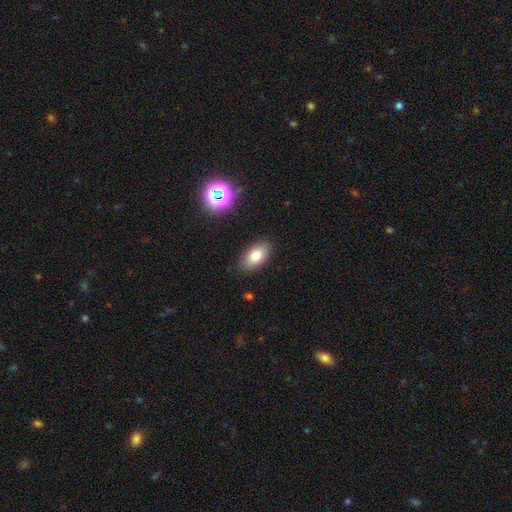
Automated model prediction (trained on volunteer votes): Morphology: type=smooth (79%); roundness=in between (92%); merging=none (87%).